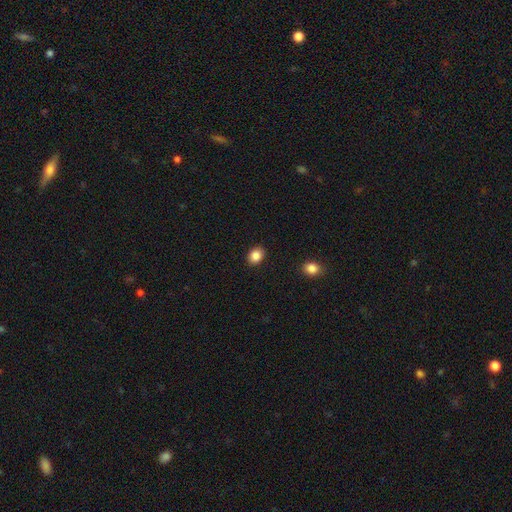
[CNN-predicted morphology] Overall: smooth (86%). How rounded: in between (55%; round 44%). Merging: none (90%).